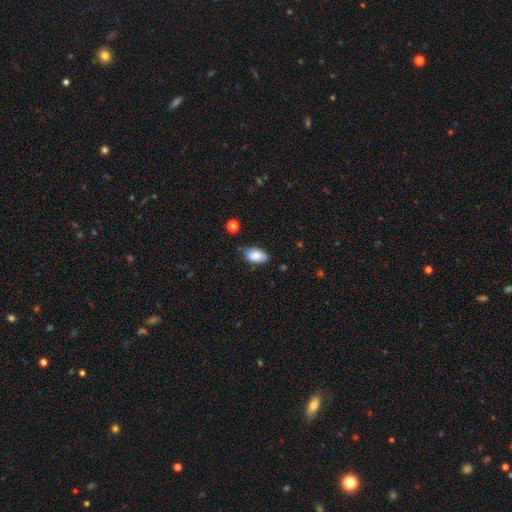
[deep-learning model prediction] Morphology: type=smooth (85%); roundness=in between (93%); merging=none (71%).